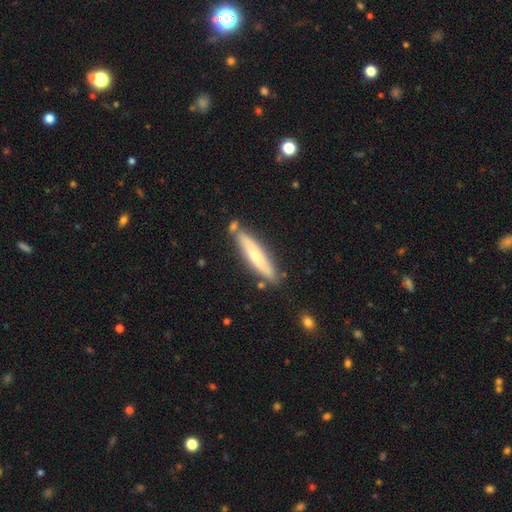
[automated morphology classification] Smooth or featured? Predicted: smooth (p=0.50). Merging? Predicted: none (p=0.76).